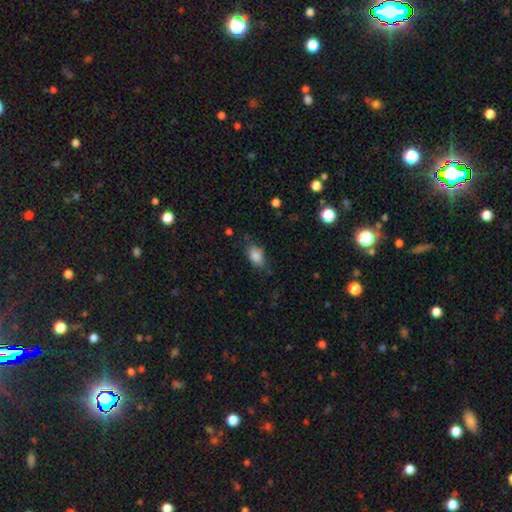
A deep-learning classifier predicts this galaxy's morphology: Smooth or featured: smooth — 84% (star or artifact — 8%)
How rounded: in between — 86% (round — 10%)
Merging: none — 69% (minor disturbance — 23%)